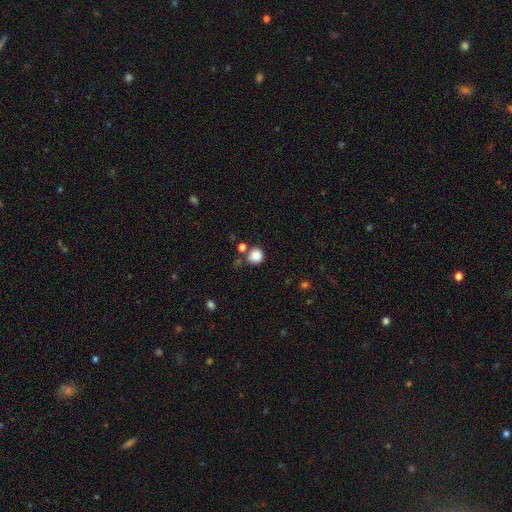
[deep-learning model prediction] The model was most divided on "merging": none: 72%, minor disturbance: 12%, merger: 12%, major disturbance: 4%. More confident: how rounded — round (89%); smooth or featured — smooth (85%).